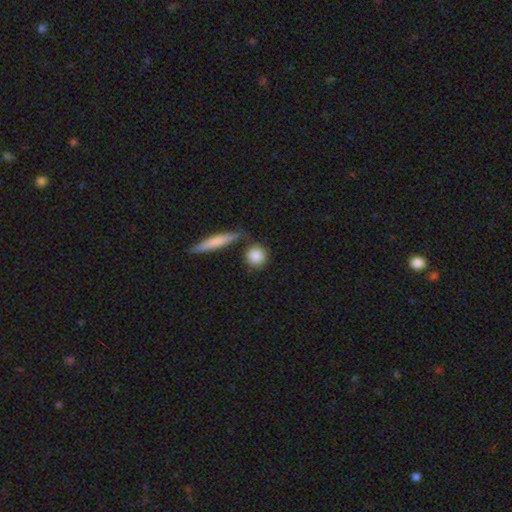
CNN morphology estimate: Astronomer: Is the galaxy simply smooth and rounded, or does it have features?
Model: smooth — 85%.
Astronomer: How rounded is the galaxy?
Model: round — 81%.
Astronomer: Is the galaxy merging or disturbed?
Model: none — 71%.